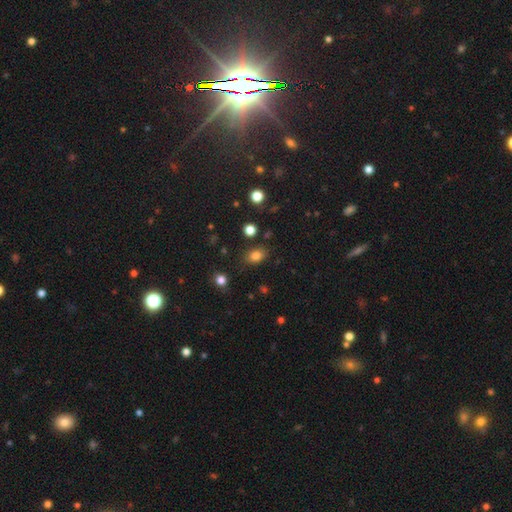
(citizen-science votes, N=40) Volunteers were most divided on "how rounded": in between: 79%, round: 21%, cigar-shaped: 0%. More confident: smooth or featured — smooth (82%); merging — none (74%).